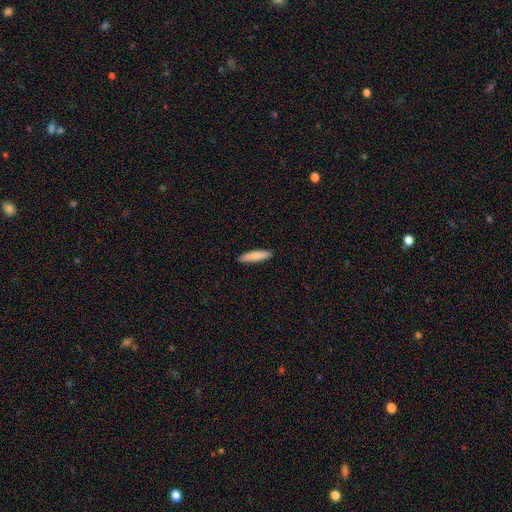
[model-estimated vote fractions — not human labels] smooth-or-featured: smooth: 79% | featured or disk: 16% | star or artifact: 5%
  how-rounded: cigar-shaped: 78% | in between: 20% | round: 2%
  merging: none: 90% | minor disturbance: 7% | major disturbance: 1% | merger: 1%